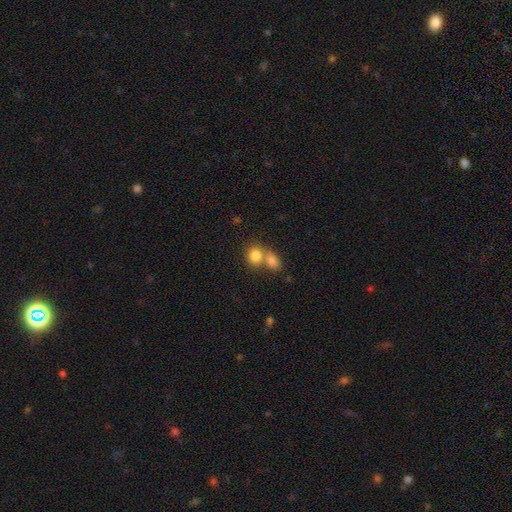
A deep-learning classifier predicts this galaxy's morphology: smooth_or_featured: smooth (p=0.82) [alt: star or artifact p=0.10]
how_rounded: round (p=0.63) [alt: in between p=0.36]
merging: merger (p=0.52) [alt: none p=0.37]